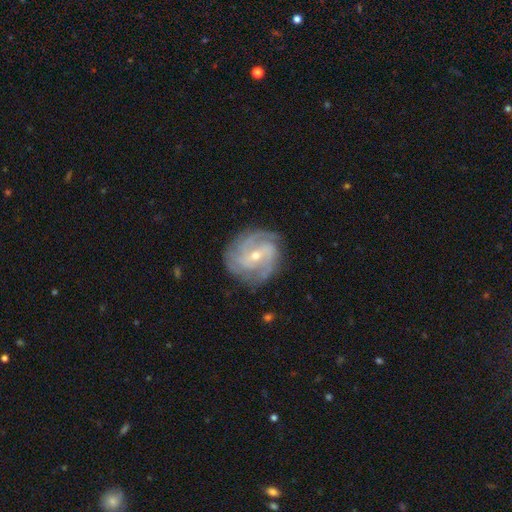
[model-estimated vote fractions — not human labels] smooth_or_featured: featured or disk (p=0.87) [alt: smooth p=0.08]
disk_edge_on: no (p=0.97) [alt: yes p=0.03]
bar: weak (p=0.46) [alt: no p=0.33]
has_spiral_arms: yes (p=0.97) [alt: no p=0.03]
spiral_winding: tight (p=0.54) [alt: medium p=0.37]
spiral_arm_count: 3 (p=0.32) [alt: 2 p=0.29]
bulge_size: small (p=0.56) [alt: moderate p=0.41]
merging: none (p=0.79) [alt: minor disturbance p=0.15]